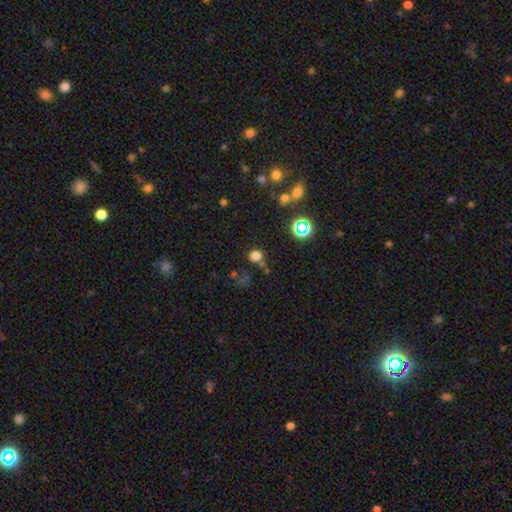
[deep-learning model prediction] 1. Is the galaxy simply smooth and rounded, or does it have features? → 70% smooth, 24% star or artifact, 6% featured or disk.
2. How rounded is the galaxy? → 79% round, 20% in between, 1% cigar-shaped.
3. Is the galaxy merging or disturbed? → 68% none, 14% merger, 12% minor disturbance, 6% major disturbance.